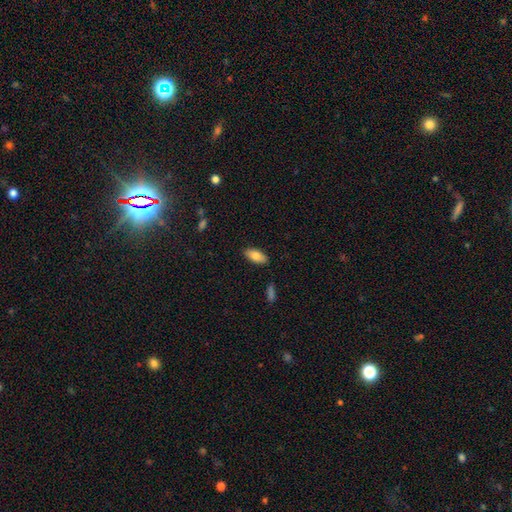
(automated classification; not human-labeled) This appears to be a smooth galaxy with no disk features (82%) that is in between round and cigar-shaped (88%). Merging: none (87%).